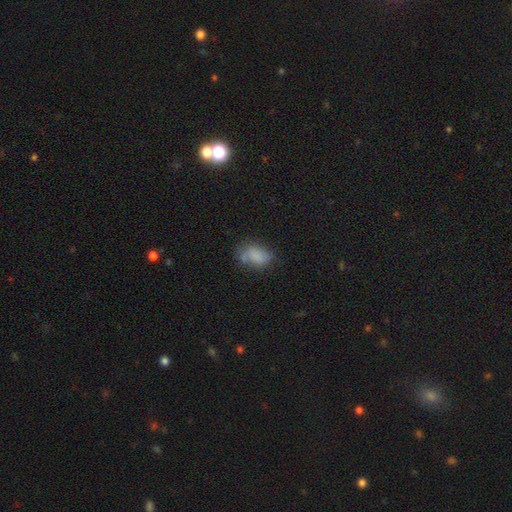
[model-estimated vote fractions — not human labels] The model was most divided on "merging": none: 48%, minor disturbance: 28%, major disturbance: 14%, merger: 10%. More confident: how rounded — in between (88%); smooth or featured — smooth (76%).